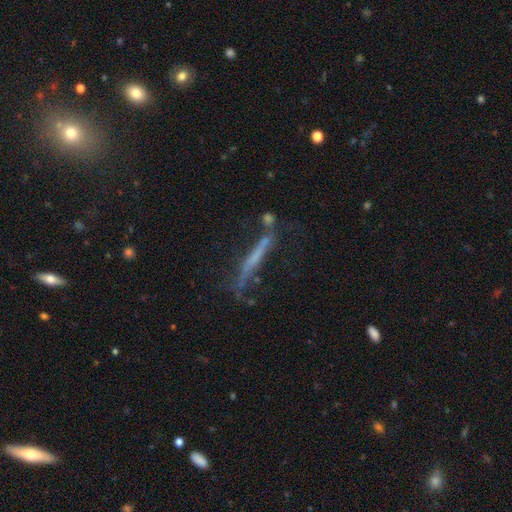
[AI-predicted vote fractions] A featured or disk galaxy (57%) viewed edge-on (84%). Merging: none (54%).